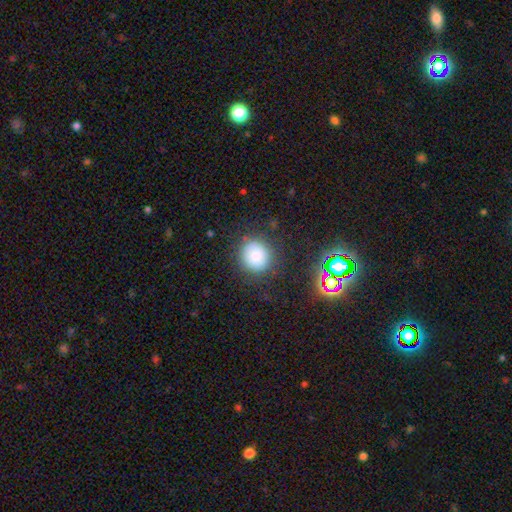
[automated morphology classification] smooth-or-featured: smooth: 79% | star or artifact: 12% | featured or disk: 8%
  how-rounded: round: 84% | in between: 15% | cigar-shaped: 1%
  merging: none: 82% | minor disturbance: 12% | major disturbance: 4% | merger: 2%